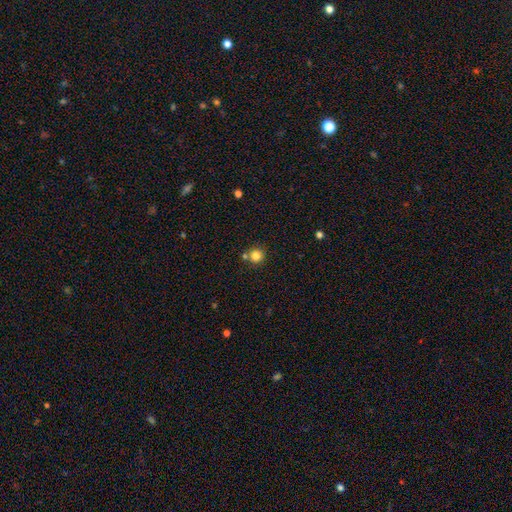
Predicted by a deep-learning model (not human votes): Morphology: type=smooth (82%); roundness=round (93%); merging=none (74%).